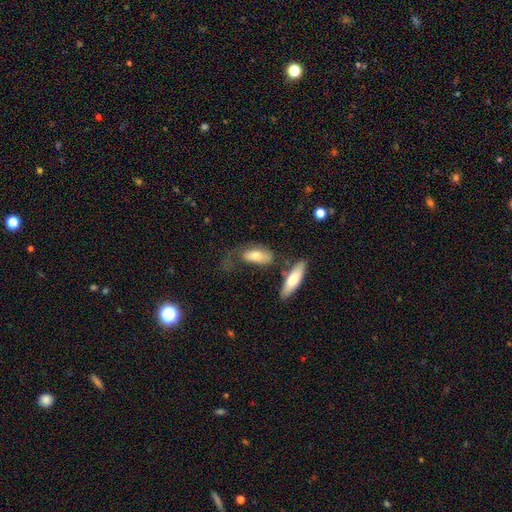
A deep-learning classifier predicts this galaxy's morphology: A smooth galaxy with no disk features (72%) that is in between round and cigar-shaped (82%).

Vote fractions:
- Smooth or featured? smooth: 72% / featured or disk: 22% / star or artifact: 6%
- How rounded? in between: 82% / cigar-shaped: 15% / round: 3%
- Merging? none: 38% / minor disturbance: 25% / major disturbance: 24% / merger: 13%